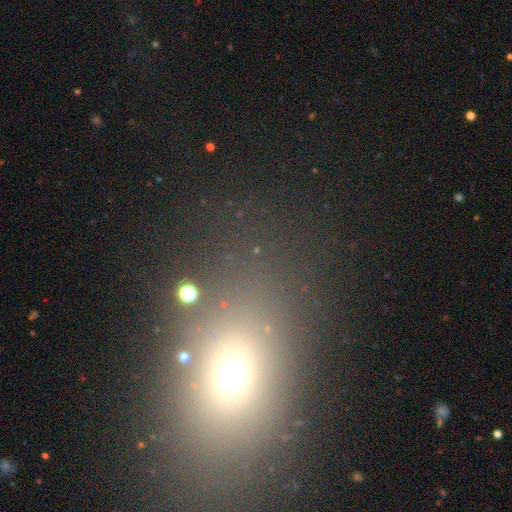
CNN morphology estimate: smooth 55%, star or artifact 32%, featured or disk 13%. Down the decision tree: how rounded — in between (53%); merging — none (78%).